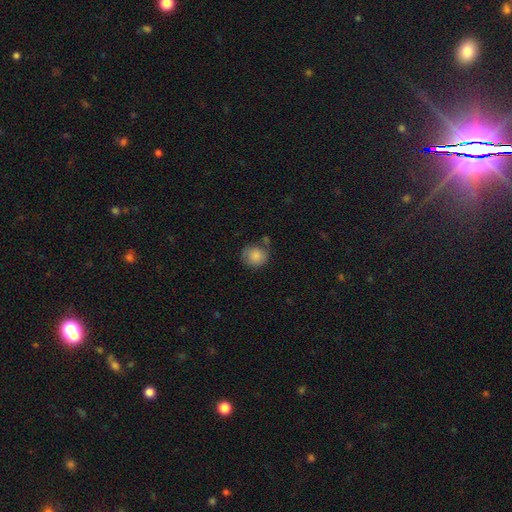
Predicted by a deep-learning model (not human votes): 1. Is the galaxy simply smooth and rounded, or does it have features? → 84% smooth, 8% featured or disk, 8% star or artifact.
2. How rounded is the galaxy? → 81% round, 18% in between, 1% cigar-shaped.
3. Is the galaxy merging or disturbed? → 61% none, 22% minor disturbance, 9% merger, 7% major disturbance.